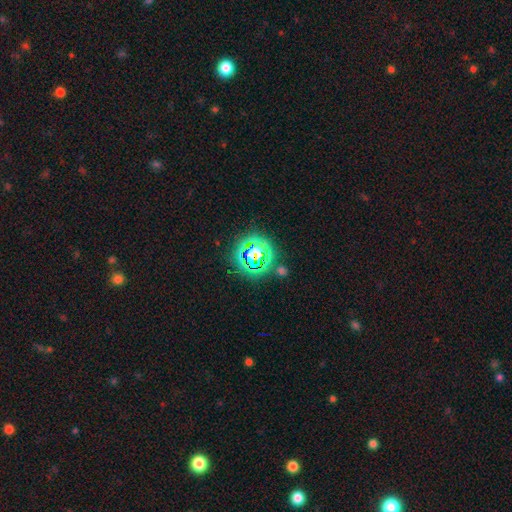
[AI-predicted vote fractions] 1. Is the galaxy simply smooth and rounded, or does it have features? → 71% star or artifact, 18% smooth, 11% featured or disk.